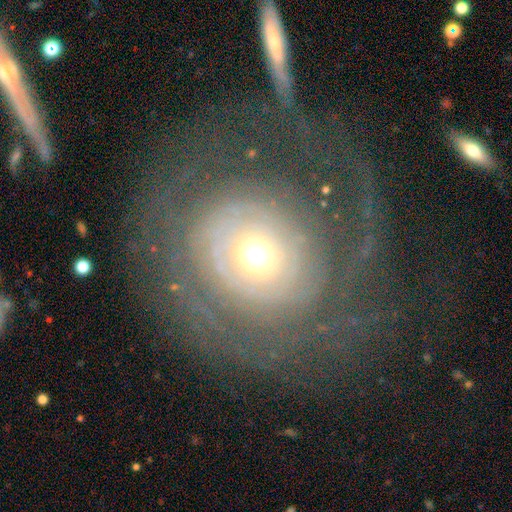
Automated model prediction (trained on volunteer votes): smooth-or-featured: featured or disk: 73% | smooth: 19% | star or artifact: 8%
  disk-edge-on: no: 96% | yes: 4%
    bar: no: 85% | weak: 11% | strong: 4%
    has-spiral-arms: yes: 75% | no: 25%
      spiral-winding: tight: 59% | medium: 22% | loose: 18%
      spiral-arm-count: can't tell: 37% | 2: 24% | 1: 13% | 3: 11% | more than 4: 8% | 4: 8%
    bulge-size: moderate: 54% | small: 32% | large: 10% | dominant: 3% | none: 1%
  merging: none: 56% | major disturbance: 29% | minor disturbance: 13% | merger: 2%